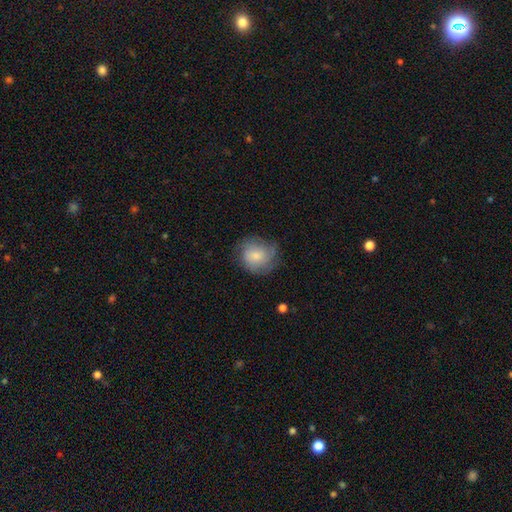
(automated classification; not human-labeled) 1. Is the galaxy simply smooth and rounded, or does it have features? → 62% smooth, 30% featured or disk, 8% star or artifact.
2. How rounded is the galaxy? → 81% round, 18% in between, 1% cigar-shaped.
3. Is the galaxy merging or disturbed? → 65% none, 24% minor disturbance, 10% major disturbance, 1% merger.